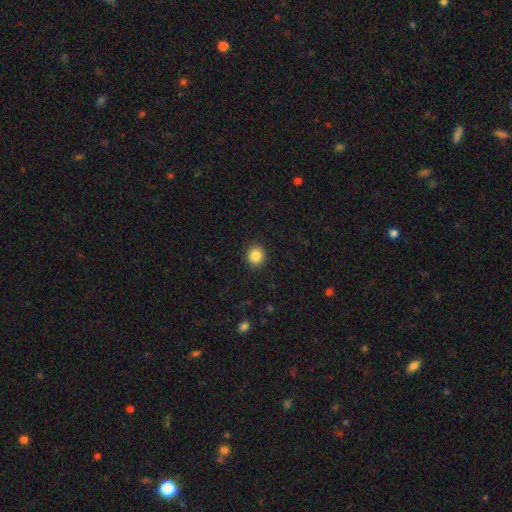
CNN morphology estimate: Smooth or featured? Predicted: smooth (p=0.85). How rounded? Predicted: round (p=0.88). Merging? Predicted: none (p=0.91).